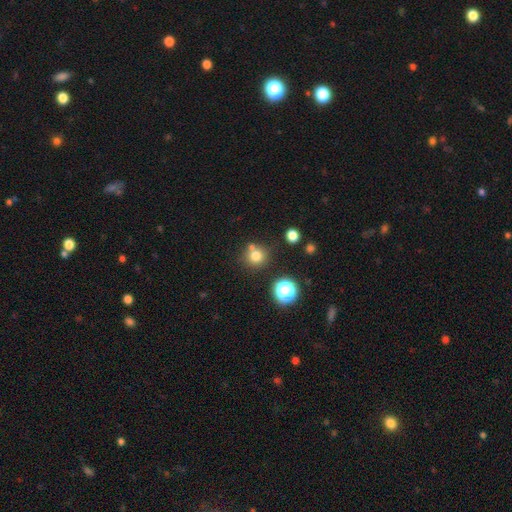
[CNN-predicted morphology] smooth_or_featured: smooth (p=0.75) [alt: star or artifact p=0.16]
how_rounded: round (p=0.91) [alt: in between p=0.08]
merging: none (p=0.70) [alt: merger p=0.17]